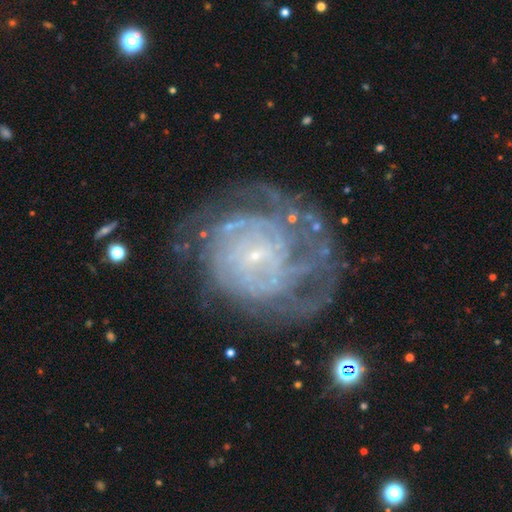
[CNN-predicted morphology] A featured or disk galaxy (83%) with no bar (69%), tight (71%) spiral arms (90%) and a small central bulge (87%).

Vote fractions:
- Smooth or featured? featured or disk: 83% / smooth: 10% / star or artifact: 8%
- Edge-on disk? no: 98% / yes: 2%
- Bar? no: 69% / weak: 24% / strong: 7%
- Spiral arms? yes: 90% / no: 10%
- Spiral winding? tight: 71% / medium: 23% / loose: 7%
- Spiral arm count? can't tell: 41% / 4: 16% / 3: 14% / 2: 13% / more than 4: 10% / 1: 7%
- Bulge size? small: 87% / none: 6% / moderate: 5% / large: 1% / dominant: 1%
- Merging? none: 62% / minor disturbance: 19% / major disturbance: 16% / merger: 3%